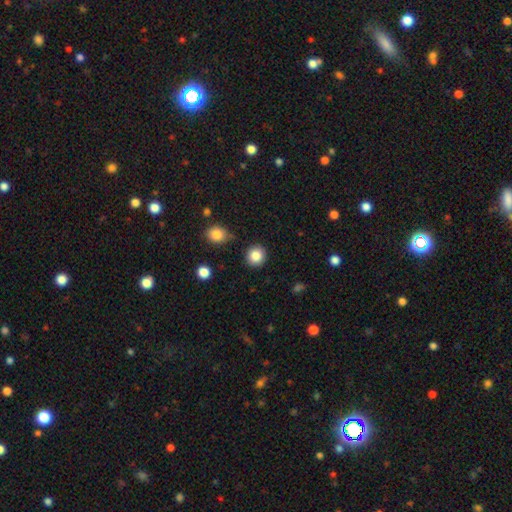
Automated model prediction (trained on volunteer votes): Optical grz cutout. It shows a smooth galaxy with no disk features (85%) that is round (90%). Merging: none (87%).